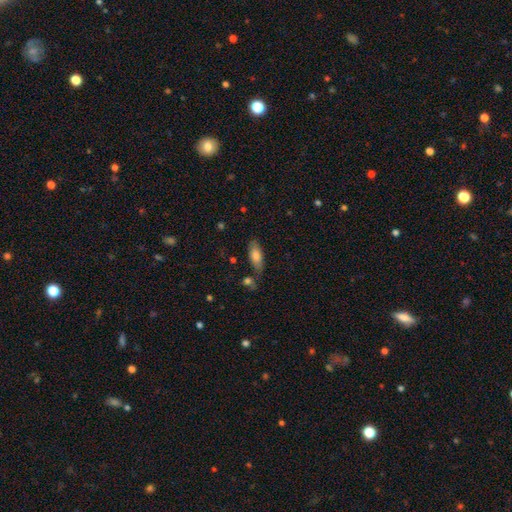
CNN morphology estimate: This appears to be a smooth galaxy with no disk features (77%) that is in between round and cigar-shaped (77%). Merging: none (73%).